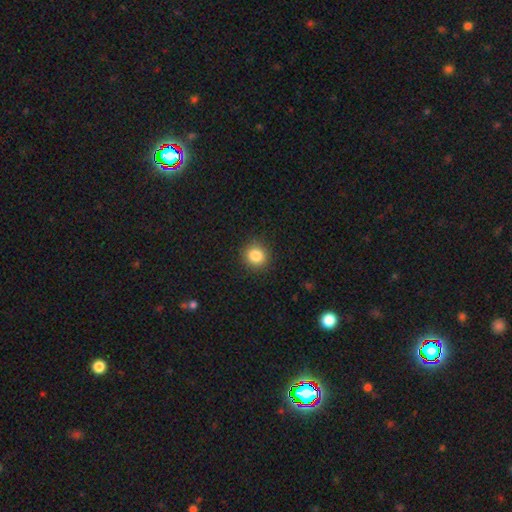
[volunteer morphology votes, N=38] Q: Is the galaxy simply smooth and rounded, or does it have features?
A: smooth — 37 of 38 (97%).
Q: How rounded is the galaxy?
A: round — 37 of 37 (100%).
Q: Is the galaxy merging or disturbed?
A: none — 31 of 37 (84%).